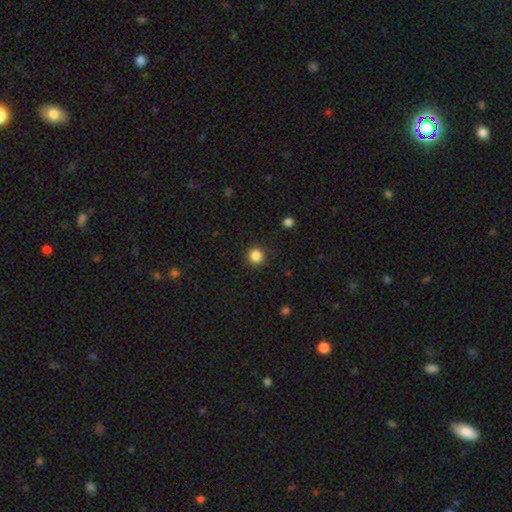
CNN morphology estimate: smooth_or_featured: smooth (p=0.86) [alt: star or artifact p=0.11]
how_rounded: round (p=0.94) [alt: in between p=0.05]
merging: none (p=0.91) [alt: minor disturbance p=0.06]